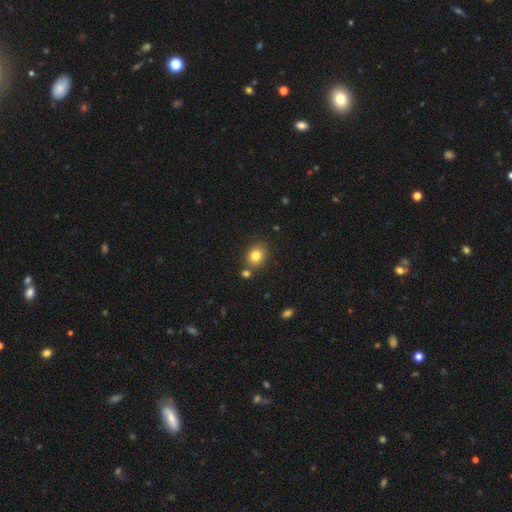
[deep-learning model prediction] This appears to be a smooth galaxy with no disk features (81%) that is round (68%). Merging: none (78%).